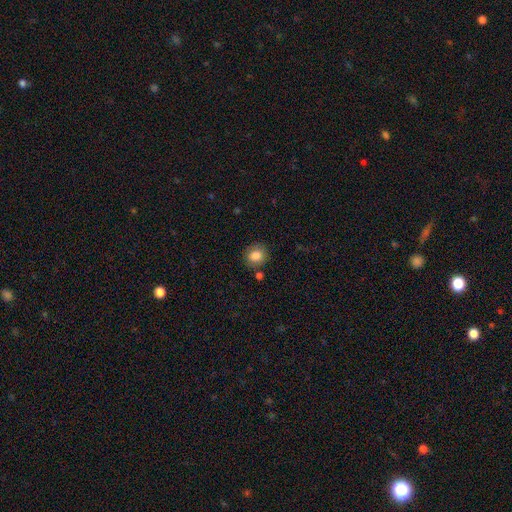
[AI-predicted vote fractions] Smooth or featured: smooth — 84% (star or artifact — 9%)
How rounded: round — 82% (in between — 17%)
Merging: none — 82% (minor disturbance — 10%)